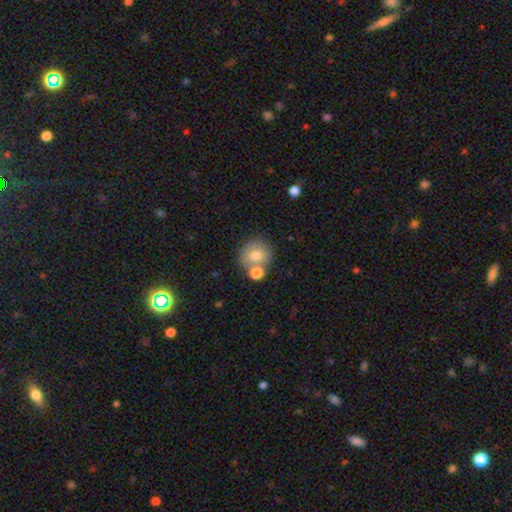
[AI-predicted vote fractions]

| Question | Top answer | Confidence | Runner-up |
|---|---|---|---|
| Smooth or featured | smooth | 75% | featured or disk (15%) |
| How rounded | round | 87% | in between (12%) |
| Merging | none | 60% | merger (25%) |